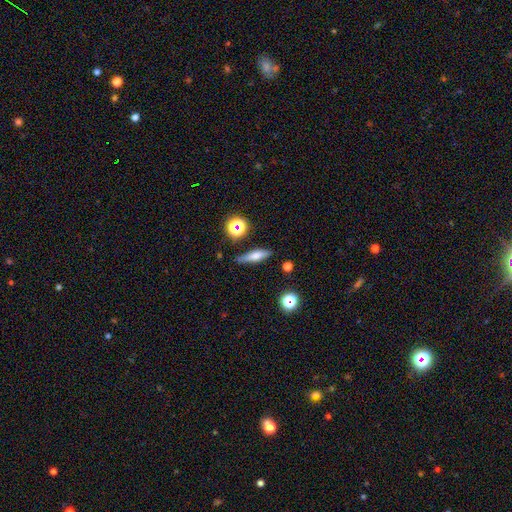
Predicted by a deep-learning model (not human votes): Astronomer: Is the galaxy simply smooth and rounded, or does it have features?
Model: smooth — 60%.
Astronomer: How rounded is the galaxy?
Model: cigar-shaped — 67%.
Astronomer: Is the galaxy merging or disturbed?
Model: none — 82%.